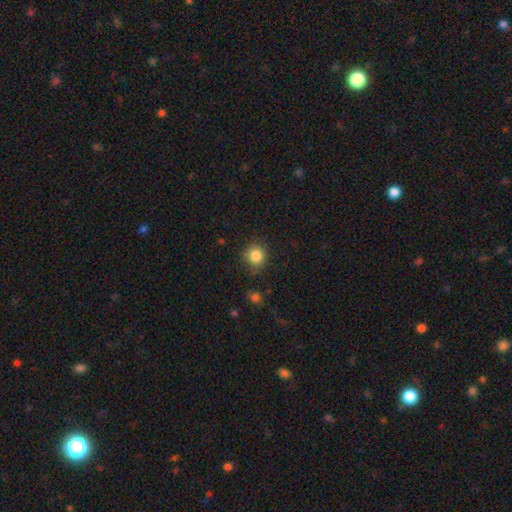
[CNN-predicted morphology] Smooth or featured? smooth (85%)
How rounded? round (88%)
Merging? none (81%)